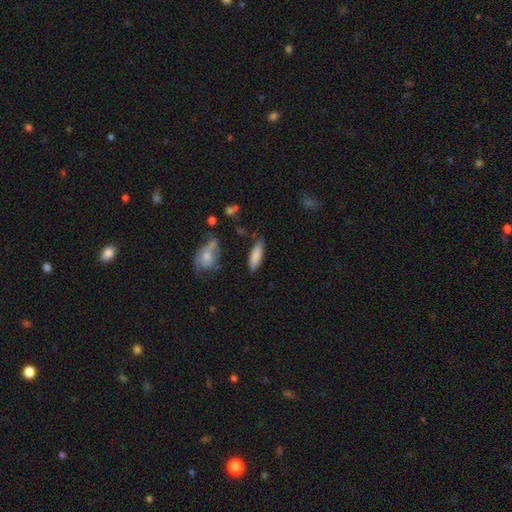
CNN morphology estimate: Overall: smooth (83%). How rounded: in between (50%; cigar-shaped 48%). Merging: none (78%).